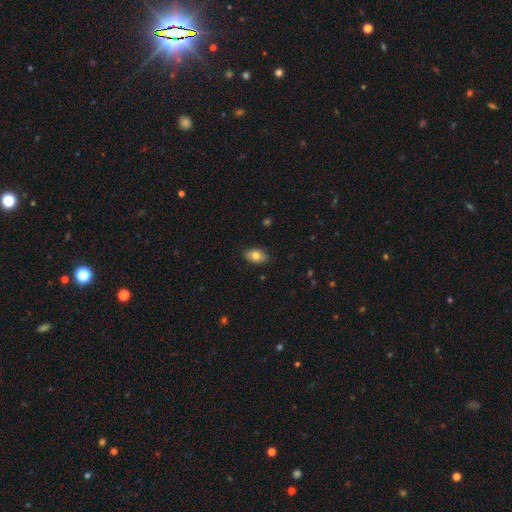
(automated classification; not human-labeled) Smooth or featured? Predicted: smooth (p=0.78). How rounded? Predicted: in between (p=0.87). Merging? Predicted: none (p=0.85).